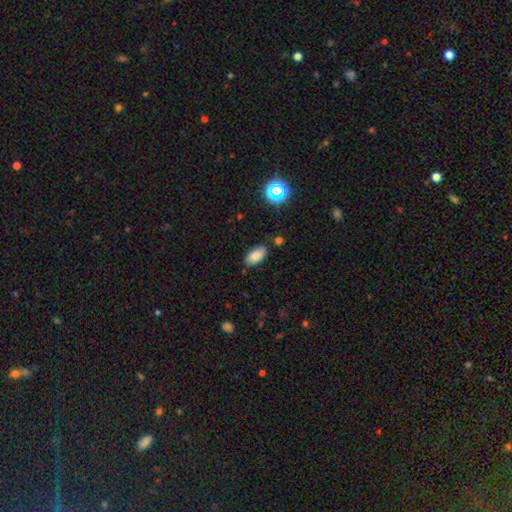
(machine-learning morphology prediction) Q: Smooth or featured?
A: smooth (83%); runner-up: star or artifact (10%)
Q: How rounded?
A: in between (93%); runner-up: cigar-shaped (4%)
Q: Merging?
A: none (81%); runner-up: minor disturbance (14%)